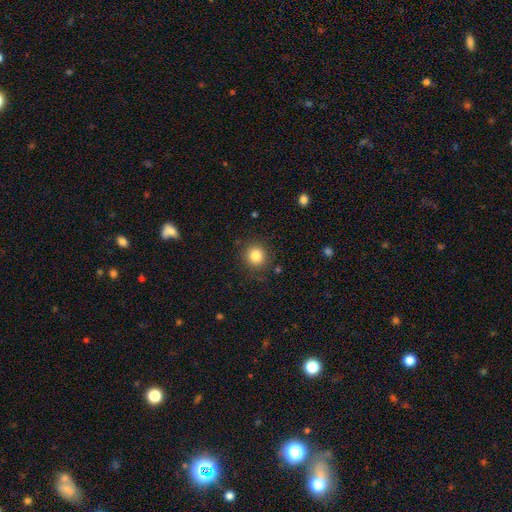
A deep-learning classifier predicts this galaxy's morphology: smooth_or_featured: smooth (p=0.83) [alt: star or artifact p=0.11]
how_rounded: round (p=0.91) [alt: in between p=0.08]
merging: none (p=0.87) [alt: minor disturbance p=0.09]